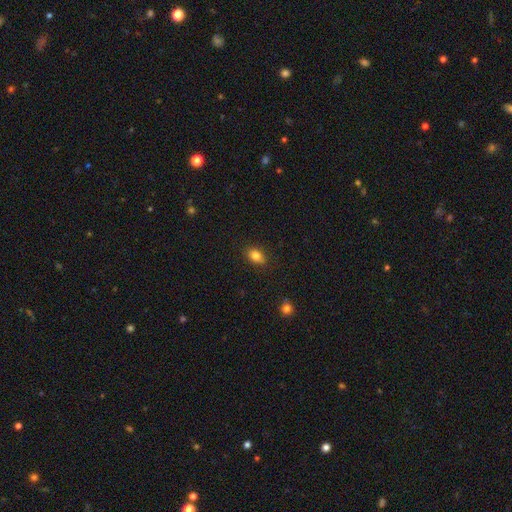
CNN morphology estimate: This is clearly a smooth galaxy (83%). How rounded: likely in between (73%). Merging: clearly none (84%).